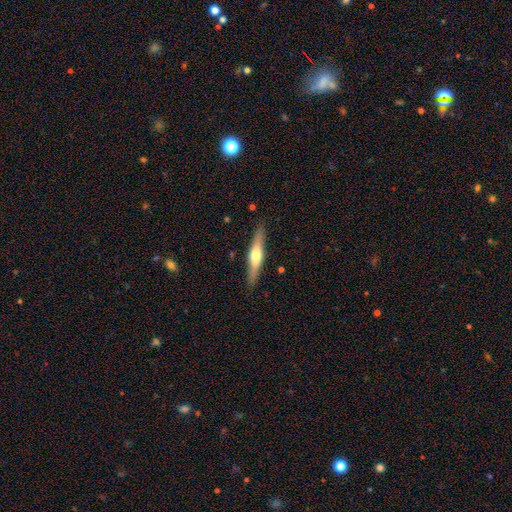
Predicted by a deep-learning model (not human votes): Smooth or featured? featured or disk (59%)
Edge-on disk? yes (95%)
Edge-on bulge? rounded (90%)
Merging? none (89%)